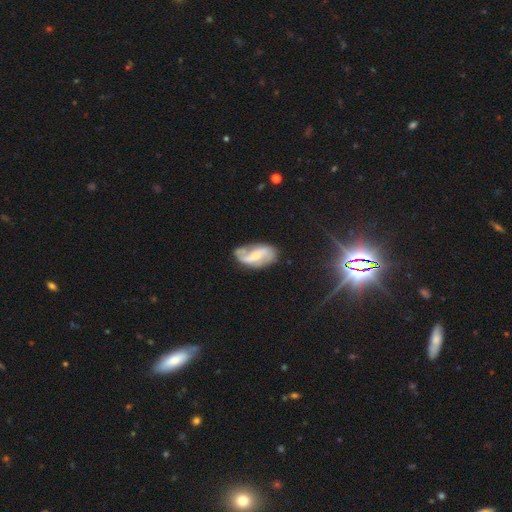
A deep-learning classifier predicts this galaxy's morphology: smooth-or-featured: featured or disk: 76% | smooth: 18% | star or artifact: 6%
  disk-edge-on: no: 96% | yes: 4%
    bar: weak: 44% | no: 30% | strong: 26%
    has-spiral-arms: yes: 90% | no: 10%
      spiral-winding: loose: 53% | medium: 33% | tight: 13%
      spiral-arm-count: 2: 82% | can't tell: 8% | 1: 5% | 3: 2% | 4: 1% | more than 4: 1%
    bulge-size: small: 47% | moderate: 38% | none: 10% | large: 4% | dominant: 1%
  merging: none: 60% | minor disturbance: 24% | major disturbance: 11% | merger: 4%